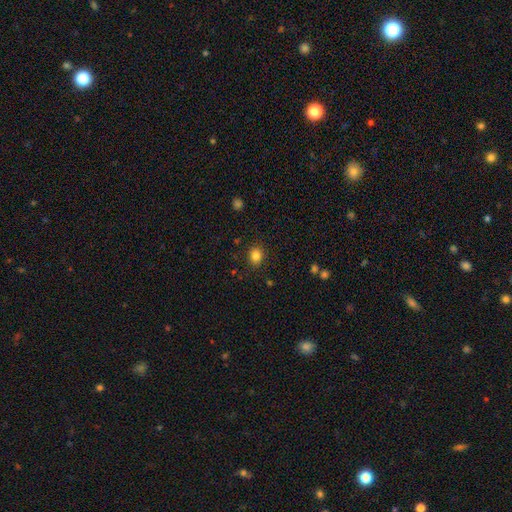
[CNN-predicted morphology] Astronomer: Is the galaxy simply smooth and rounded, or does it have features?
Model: smooth — 84%.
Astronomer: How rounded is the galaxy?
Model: round — 64%.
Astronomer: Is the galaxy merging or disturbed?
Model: none — 87%.